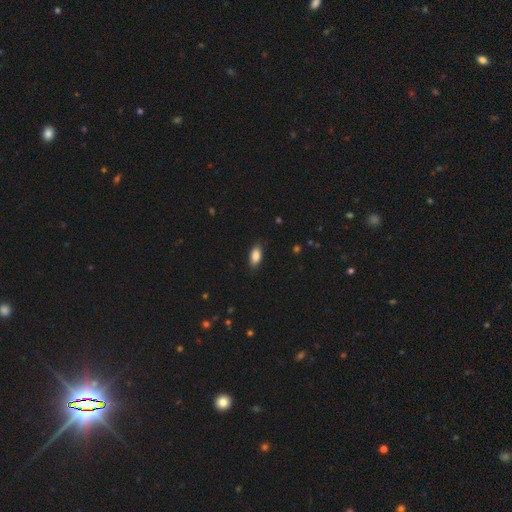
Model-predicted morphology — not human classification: smooth_or_featured: smooth (p=0.87) [alt: star or artifact p=0.07]
how_rounded: in between (p=0.90) [alt: cigar-shaped p=0.07]
merging: none (p=0.84) [alt: minor disturbance p=0.12]